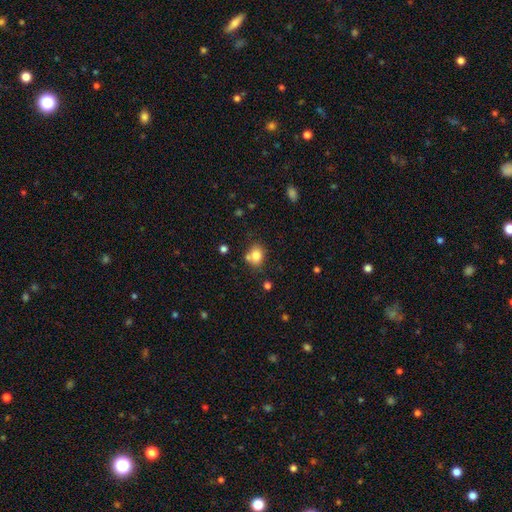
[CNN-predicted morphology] smooth 80%, star or artifact 11%, featured or disk 9%. Down the decision tree: how rounded — round (52%); merging — none (62%).